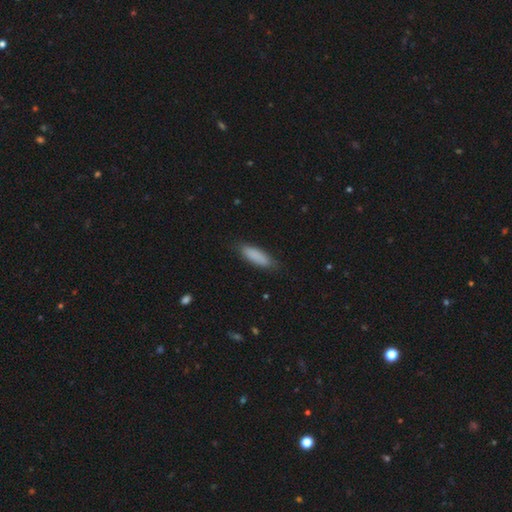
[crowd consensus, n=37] A smooth galaxy with no disk features (95%) that is in between round and cigar-shaped (54%).

Vote fractions:
- Smooth or featured? smooth: 95% / featured or disk: 3% / star or artifact: 3%
- How rounded? in between: 54% / cigar-shaped: 46% / round: 0%
- Merging? none: 83% / minor disturbance: 14% / major disturbance: 3% / merger: 0%